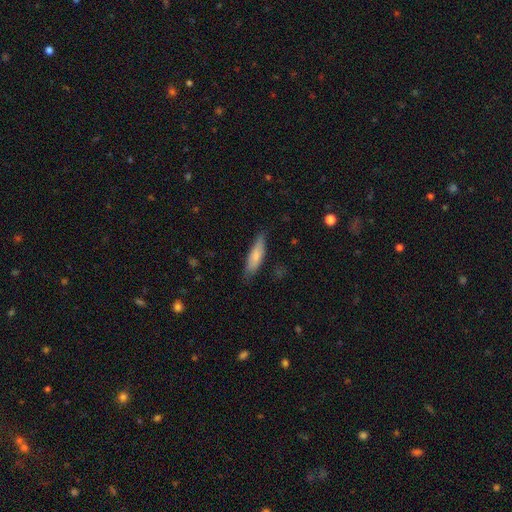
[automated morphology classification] A smooth galaxy with no disk features (76%) that is cigar-shaped (64%).

Vote fractions:
- Smooth or featured? smooth: 76% / featured or disk: 19% / star or artifact: 6%
- How rounded? cigar-shaped: 64% / in between: 34% / round: 2%
- Merging? none: 77% / minor disturbance: 19% / major disturbance: 3% / merger: 1%